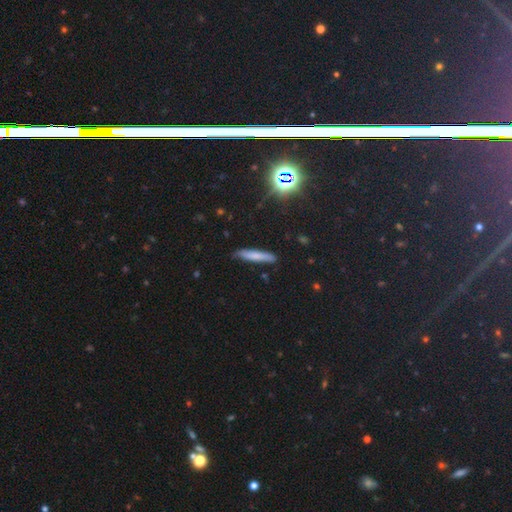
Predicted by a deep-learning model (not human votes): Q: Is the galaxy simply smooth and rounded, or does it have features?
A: smooth — 68%.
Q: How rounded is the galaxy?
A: cigar-shaped — 89%.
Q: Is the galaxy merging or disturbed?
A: none — 80%.